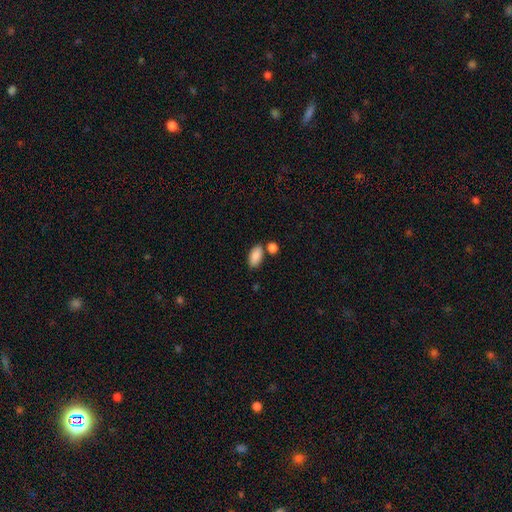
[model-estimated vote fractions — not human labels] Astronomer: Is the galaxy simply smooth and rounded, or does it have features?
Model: smooth — 88%.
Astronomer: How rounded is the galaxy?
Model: in between — 93%.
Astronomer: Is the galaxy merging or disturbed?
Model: none — 70%.